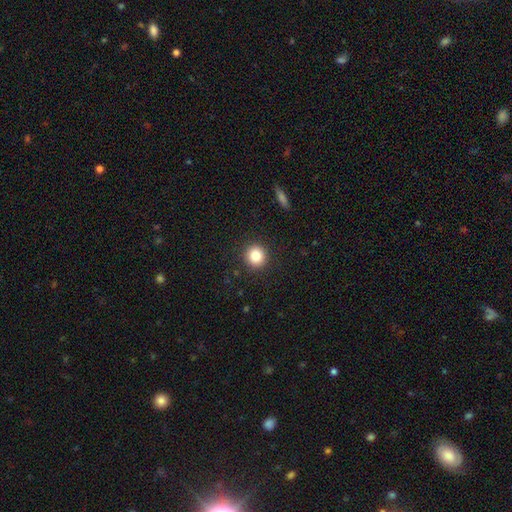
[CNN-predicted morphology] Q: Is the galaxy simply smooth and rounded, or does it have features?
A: smooth — 85%.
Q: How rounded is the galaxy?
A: round — 91%.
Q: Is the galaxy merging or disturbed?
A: none — 91%.